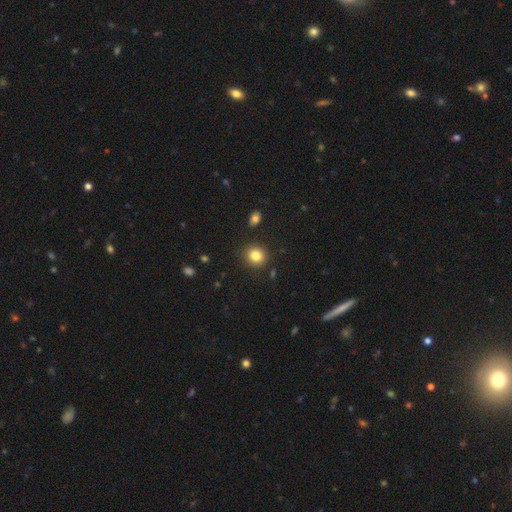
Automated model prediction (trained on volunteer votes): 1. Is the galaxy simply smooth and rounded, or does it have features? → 84% smooth, 10% star or artifact, 6% featured or disk.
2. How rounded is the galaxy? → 83% round, 16% in between, 1% cigar-shaped.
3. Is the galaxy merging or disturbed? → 89% none, 7% minor disturbance, 2% major disturbance, 2% merger.